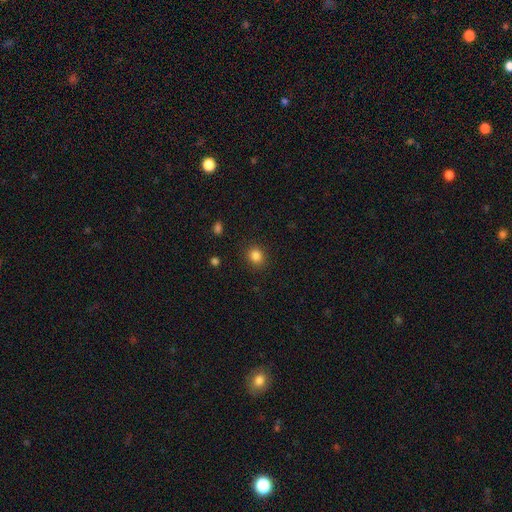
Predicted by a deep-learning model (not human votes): Smooth or featured: smooth — 84% (star or artifact — 11%)
How rounded: round — 76% (in between — 23%)
Merging: none — 88% (minor disturbance — 8%)